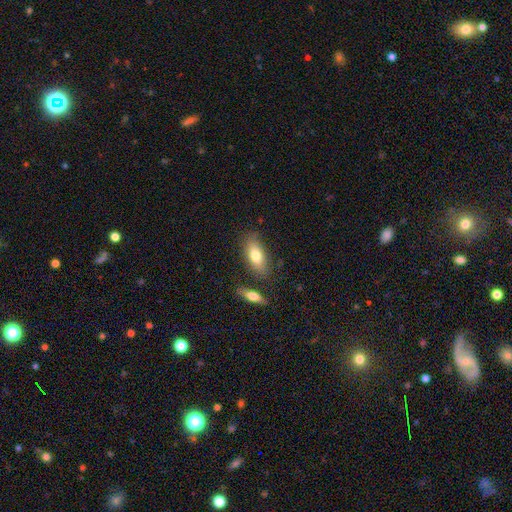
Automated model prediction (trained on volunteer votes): Smooth or featured?
  - smooth: 76% *
  - featured or disk: 18%
  - star or artifact: 7%
How rounded?
  - in between: 83% *
  - cigar-shaped: 13%
  - round: 3%
Merging?
  - none: 76% *
  - minor disturbance: 14%
  - merger: 7%
  - major disturbance: 3%